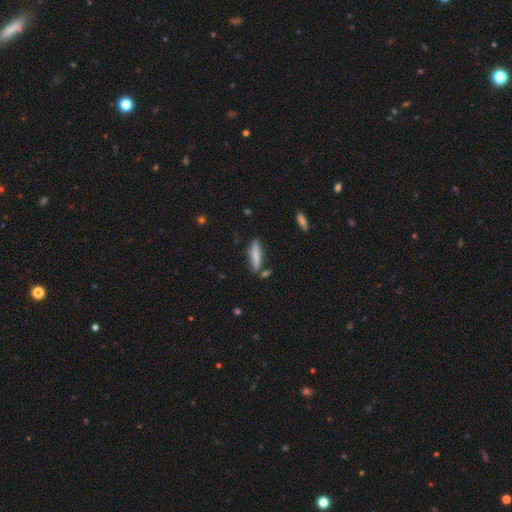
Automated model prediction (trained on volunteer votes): Smooth or featured? smooth (77%)
How rounded? cigar-shaped (83%)
Merging? none (80%)